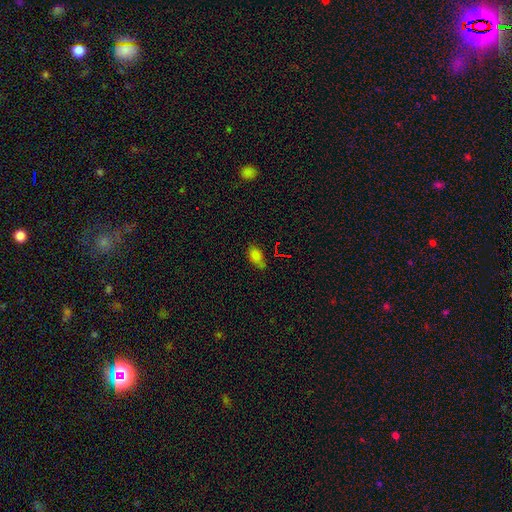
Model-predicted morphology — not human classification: Overall: smooth (76%). How rounded: in between (87%). Merging: none (63%; minor disturbance 26%).